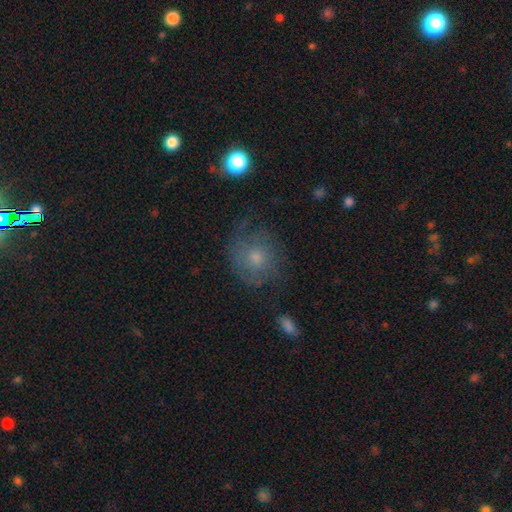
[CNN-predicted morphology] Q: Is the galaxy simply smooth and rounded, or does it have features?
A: smooth — 45%.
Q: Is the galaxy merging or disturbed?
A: none — 65%.